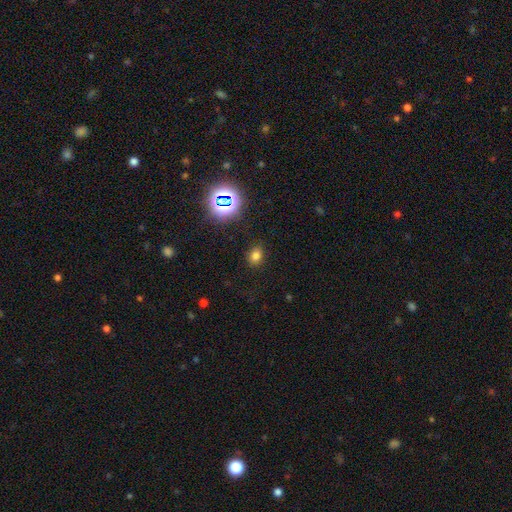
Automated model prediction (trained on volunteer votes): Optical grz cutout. It shows a smooth galaxy with no disk features (72%) that is in between round and cigar-shaped (57%). Merging: none (86%).